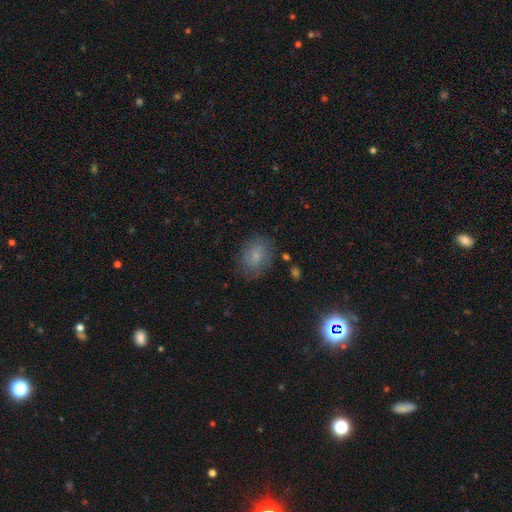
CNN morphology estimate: type=smooth (72%); roundness=in between (59%); merging=none (76%).